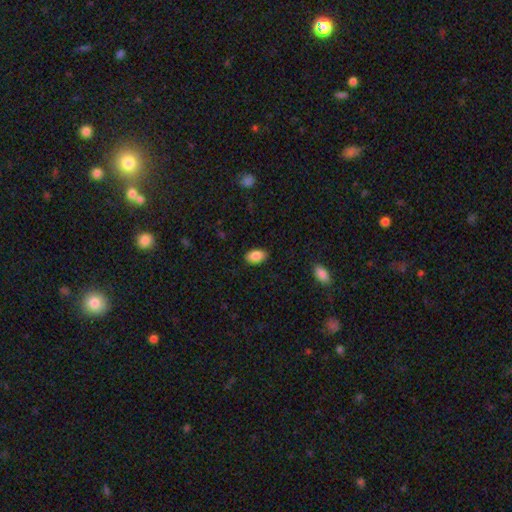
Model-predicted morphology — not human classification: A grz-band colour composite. It shows a smooth galaxy with no disk features (88%) that is in between round and cigar-shaped (91%). Merging: none (87%).